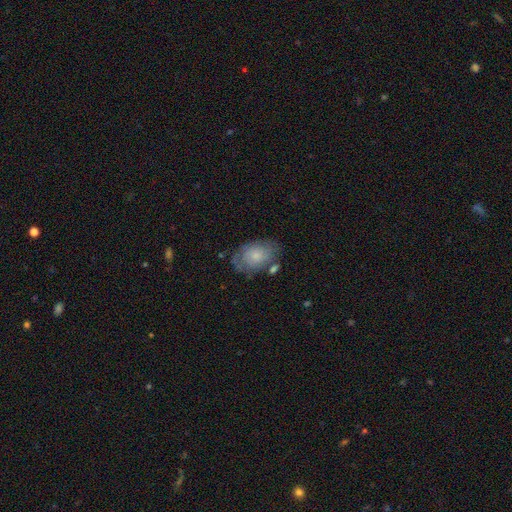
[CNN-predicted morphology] type=smooth (53%); roundness=in between (82%); merging=none (58%).